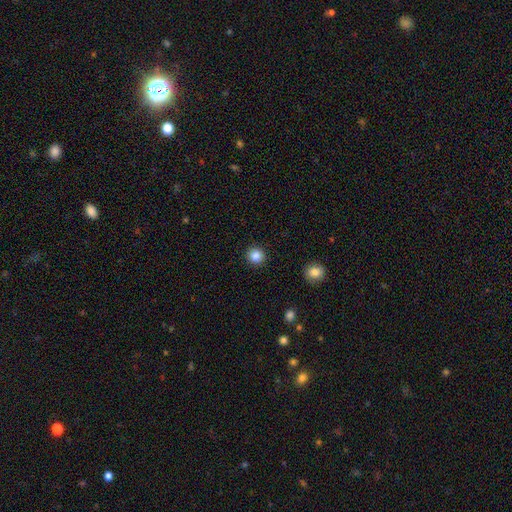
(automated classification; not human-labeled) This is clearly a smooth galaxy (86%). How rounded: clearly round (93%). Merging: clearly none (92%).